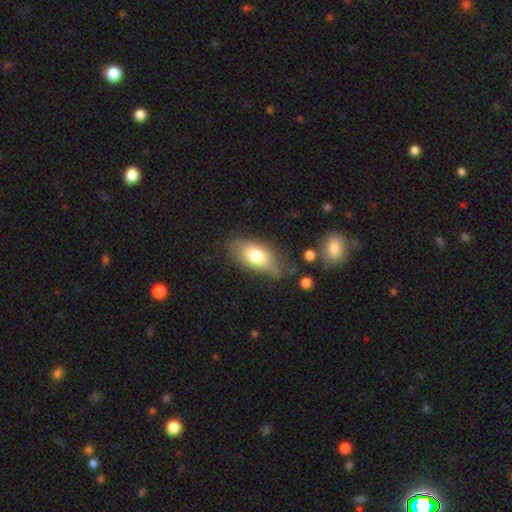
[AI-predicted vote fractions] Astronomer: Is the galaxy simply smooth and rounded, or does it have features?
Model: smooth — 72%.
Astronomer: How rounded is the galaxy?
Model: in between — 87%.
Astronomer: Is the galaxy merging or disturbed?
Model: none — 61%.